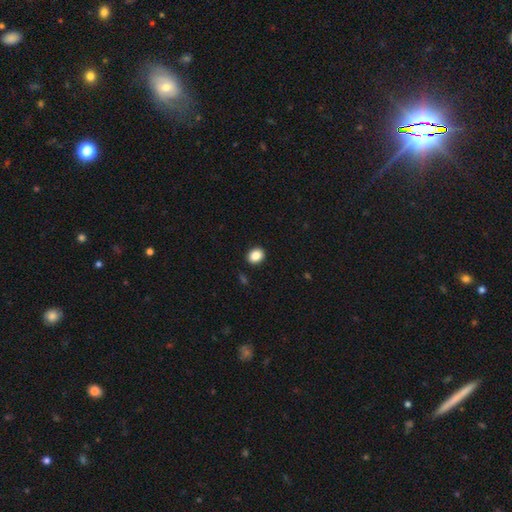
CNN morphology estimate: This is clearly a smooth galaxy (88%). How rounded: possibly in between (51%). Merging: clearly none (91%).